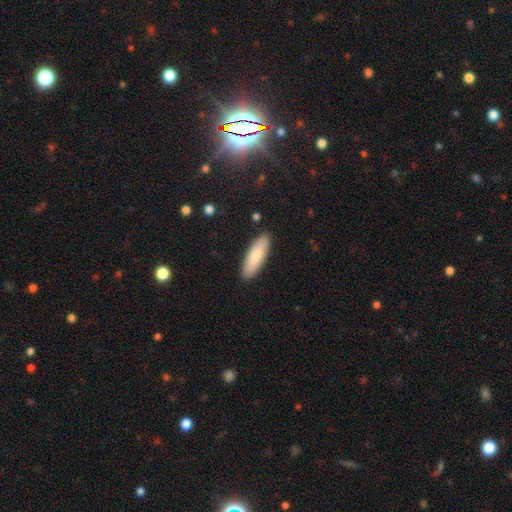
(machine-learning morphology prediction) Smooth or featured? Predicted: smooth (p=0.83). How rounded? Predicted: in between (p=0.52). Merging? Predicted: none (p=0.89).